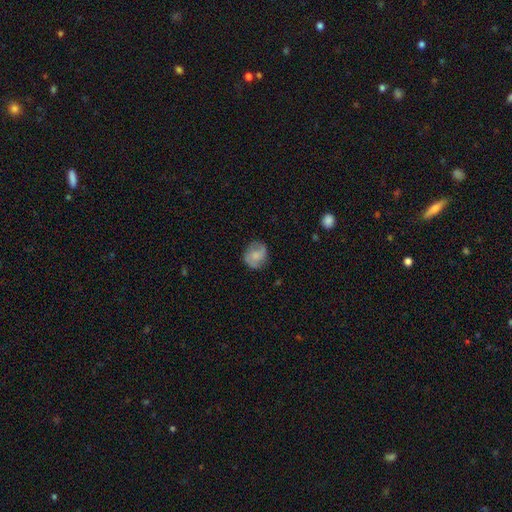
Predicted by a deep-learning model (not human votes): Q: Smooth or featured?
A: smooth (52%); runner-up: featured or disk (40%)
Q: How rounded?
A: round (75%); runner-up: in between (24%)
Q: Merging?
A: none (73%); runner-up: minor disturbance (19%)